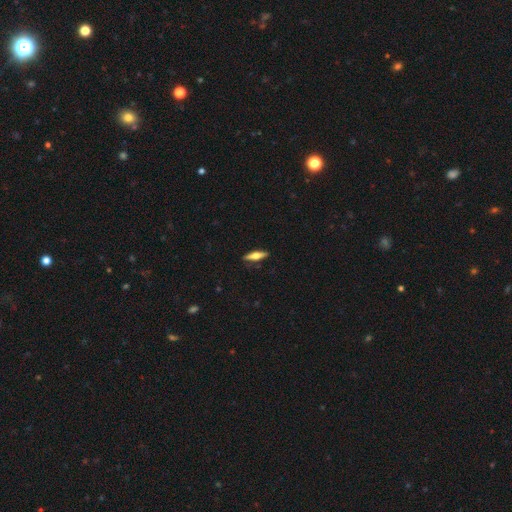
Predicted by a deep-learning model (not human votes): This is possibly a smooth galaxy (51%). How rounded: likely cigar-shaped (64%). Merging: clearly none (87%).